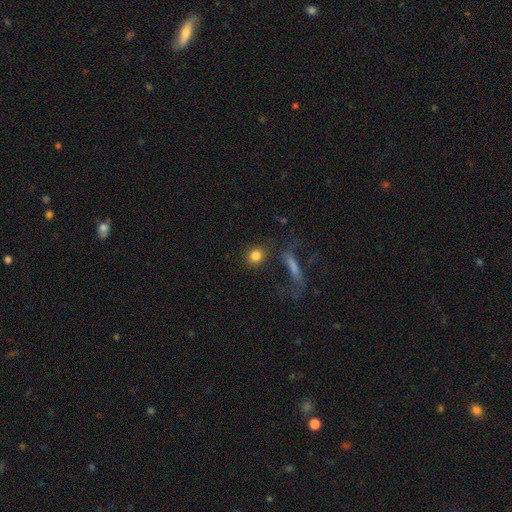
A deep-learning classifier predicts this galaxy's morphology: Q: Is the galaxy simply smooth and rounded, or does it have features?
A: smooth — 83%.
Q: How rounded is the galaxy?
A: round — 81%.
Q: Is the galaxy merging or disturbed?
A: none — 73%.